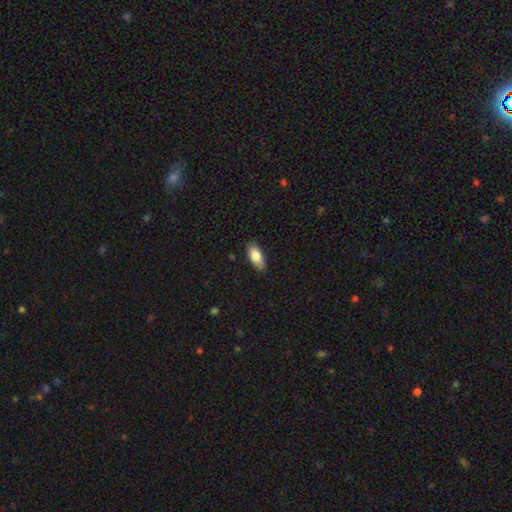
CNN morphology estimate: smooth_or_featured: smooth (p=0.82) [alt: featured or disk p=0.11]
how_rounded: in between (p=0.87) [alt: cigar-shaped p=0.10]
merging: none (p=0.78) [alt: minor disturbance p=0.18]